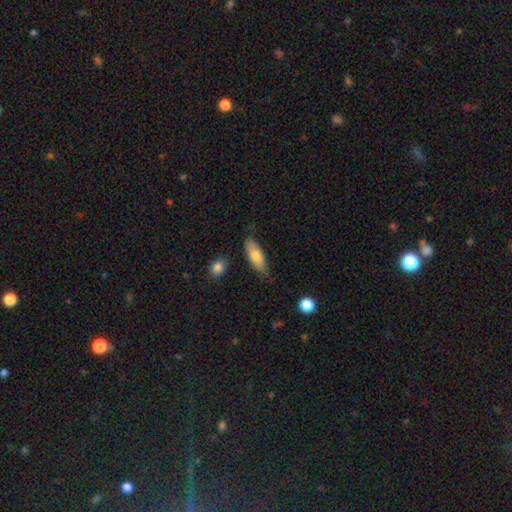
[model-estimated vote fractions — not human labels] Overall: smooth (74%). How rounded: in between (69%). Merging: none (72%).